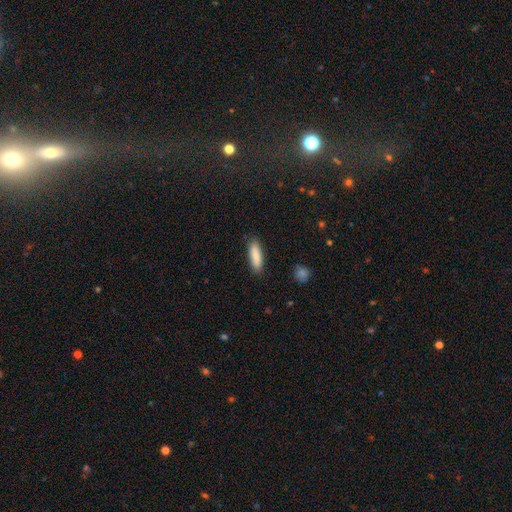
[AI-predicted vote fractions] smooth-or-featured: smooth: 87% | featured or disk: 7% | star or artifact: 6%
  how-rounded: cigar-shaped: 56% | in between: 43% | round: 2%
  merging: none: 87% | minor disturbance: 9% | major disturbance: 2% | merger: 1%